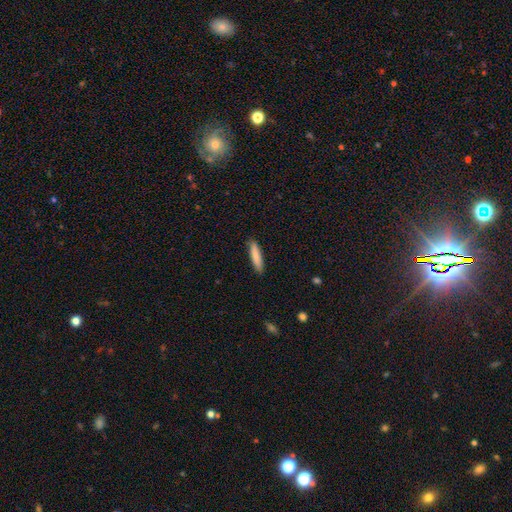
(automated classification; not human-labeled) Q: Smooth or featured?
A: smooth (84%); runner-up: featured or disk (10%)
Q: How rounded?
A: cigar-shaped (83%); runner-up: in between (16%)
Q: Merging?
A: none (89%); runner-up: minor disturbance (8%)